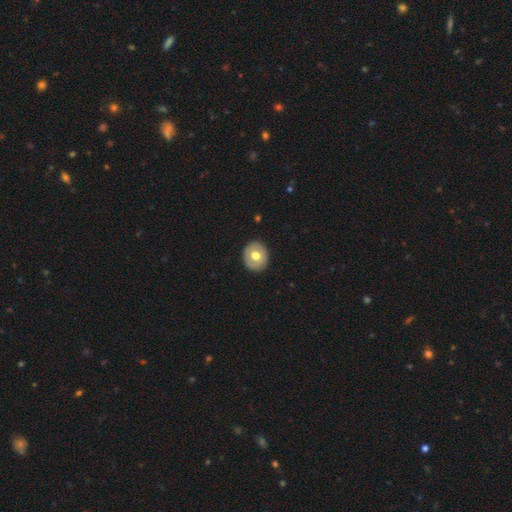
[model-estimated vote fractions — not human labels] The model was most divided on "smooth or featured": smooth: 62%, featured or disk: 32%, star or artifact: 6%. More confident: merging — none (89%); how rounded — round (73%).